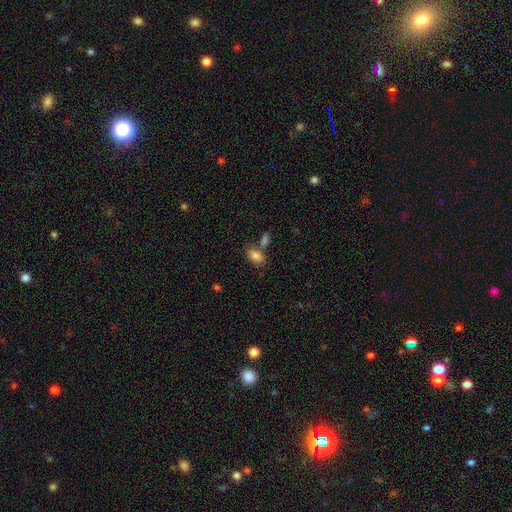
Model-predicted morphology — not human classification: smooth-or-featured: smooth: 83% | featured or disk: 9% | star or artifact: 8%
  how-rounded: in between: 91% | round: 6% | cigar-shaped: 3%
  merging: none: 58% | merger: 25% | minor disturbance: 12% | major disturbance: 4%